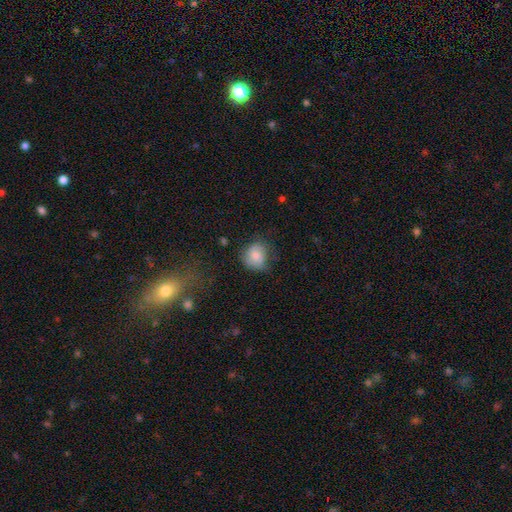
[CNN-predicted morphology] Smooth or featured? smooth (73%)
How rounded? round (74%)
Merging? none (59%)